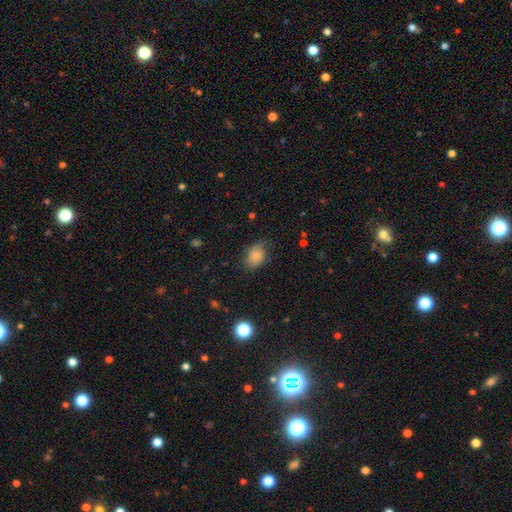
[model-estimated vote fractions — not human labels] The model was most divided on "merging": none: 64%, minor disturbance: 27%, major disturbance: 8%, merger: 1%. More confident: smooth or featured — smooth (81%); how rounded — in between (80%).